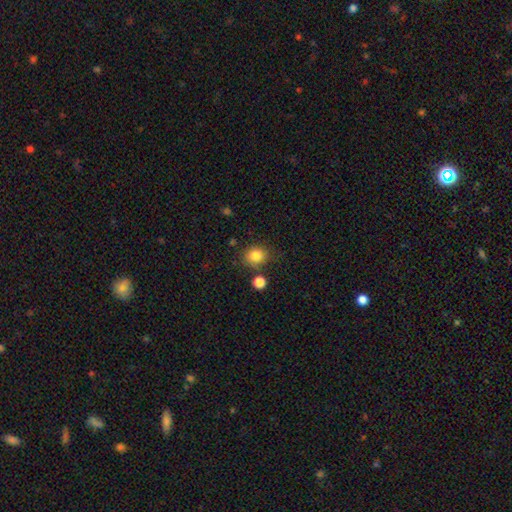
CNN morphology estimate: smooth_or_featured: smooth (p=0.83) [alt: star or artifact p=0.11]
how_rounded: round (p=0.75) [alt: in between p=0.24]
merging: none (p=0.77) [alt: minor disturbance p=0.13]